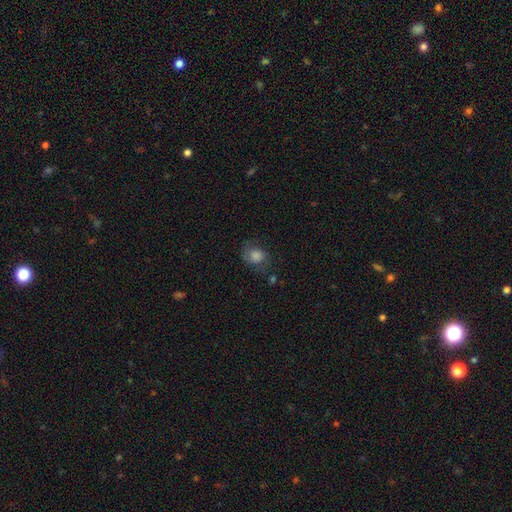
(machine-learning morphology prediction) This is likely a smooth galaxy (62%). How rounded: possibly round (59%). Merging: likely none (63%).